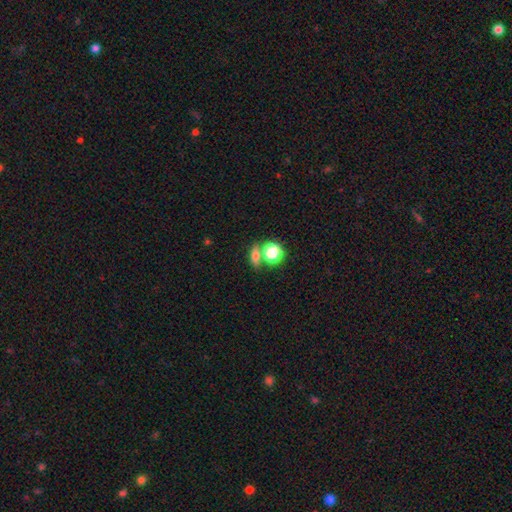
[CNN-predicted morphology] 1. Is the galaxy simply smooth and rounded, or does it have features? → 66% smooth, 19% featured or disk, 15% star or artifact.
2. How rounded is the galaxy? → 43% in between, 38% round, 19% cigar-shaped.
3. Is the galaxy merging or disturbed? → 61% none, 24% merger, 10% minor disturbance, 4% major disturbance.